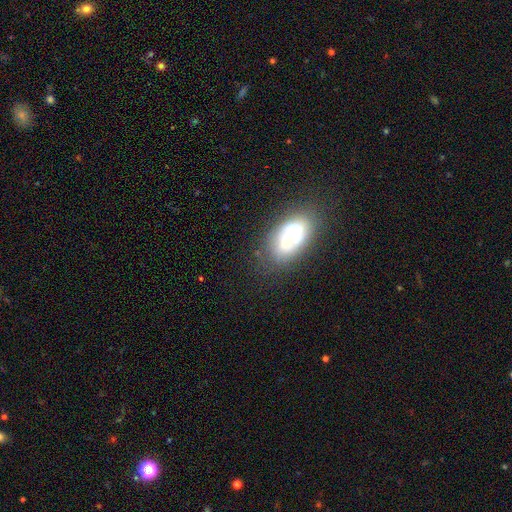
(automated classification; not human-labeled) This appears to be a smooth galaxy with no disk features (71%) that is in between round and cigar-shaped (89%). Merging: none (74%).